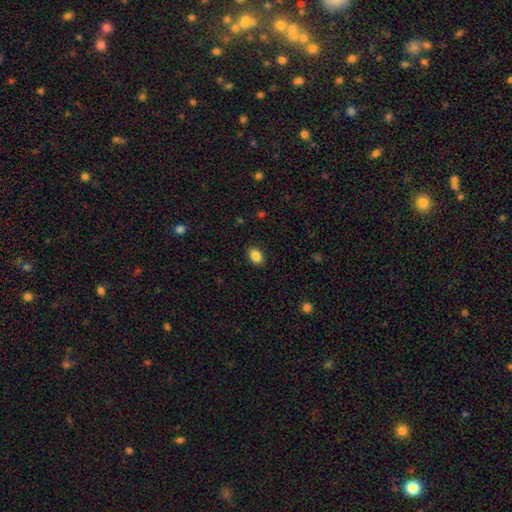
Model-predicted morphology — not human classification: The model was most divided on "how rounded": in between: 78%, round: 20%, cigar-shaped: 1%. More confident: merging — none (89%); smooth or featured — smooth (87%).